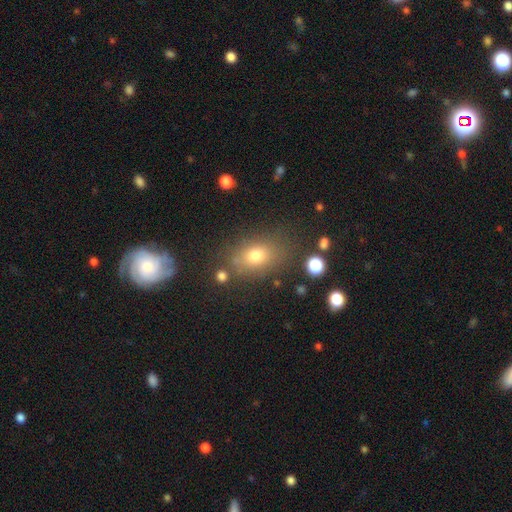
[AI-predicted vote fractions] This is likely a smooth galaxy (72%). How rounded: likely in between (72%). Merging: likely none (75%).